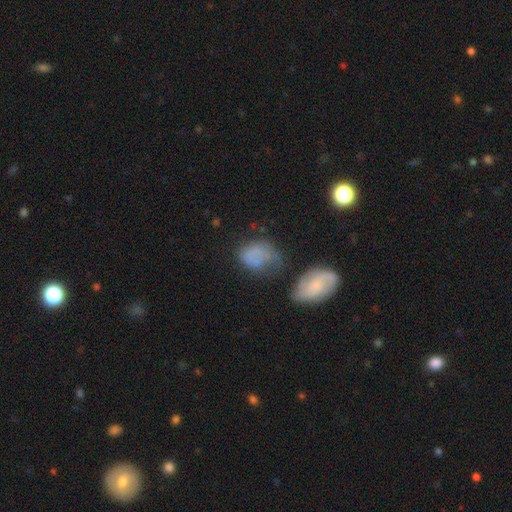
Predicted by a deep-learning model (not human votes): A smooth galaxy with no disk features (60%) that is in between round and cigar-shaped (68%). Merging: none (34%).